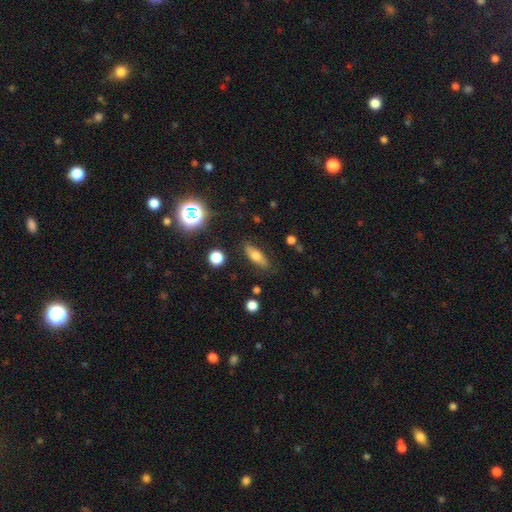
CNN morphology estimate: smooth 67%, featured or disk 23%, star or artifact 10%. Down the decision tree: how rounded — in between (63%); merging — none (82%).